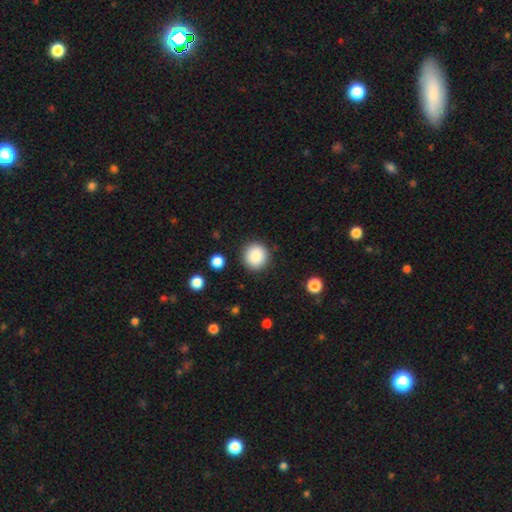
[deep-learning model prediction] A smooth galaxy with no disk features (87%) that is round (91%).

Vote fractions:
- Smooth or featured? smooth: 87% / star or artifact: 8% / featured or disk: 5%
- How rounded? round: 91% / in between: 8% / cigar-shaped: 1%
- Merging? none: 89% / minor disturbance: 7% / major disturbance: 2% / merger: 1%